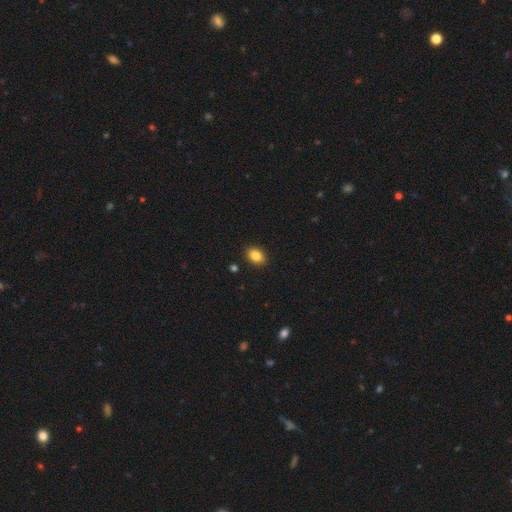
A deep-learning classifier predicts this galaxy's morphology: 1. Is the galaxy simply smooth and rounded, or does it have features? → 86% smooth, 9% star or artifact, 5% featured or disk.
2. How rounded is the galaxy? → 77% in between, 22% round, 1% cigar-shaped.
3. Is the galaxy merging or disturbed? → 90% none, 7% minor disturbance, 2% major disturbance, 1% merger.